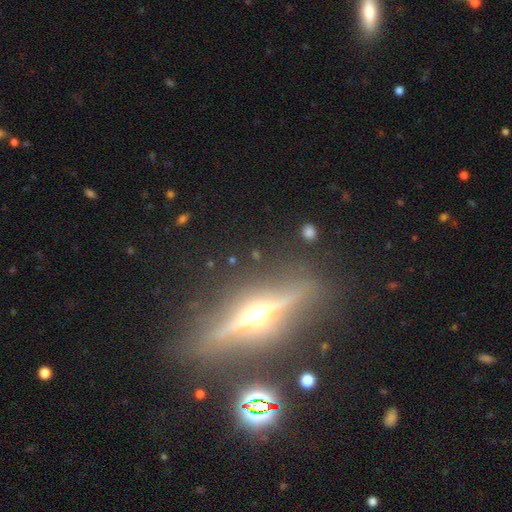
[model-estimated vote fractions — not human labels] Smooth or featured? Predicted: featured or disk (p=0.81). Edge-on disk? Predicted: yes (p=0.96). Edge-on bulge? Predicted: rounded (p=0.95). Merging? Predicted: none (p=0.85).